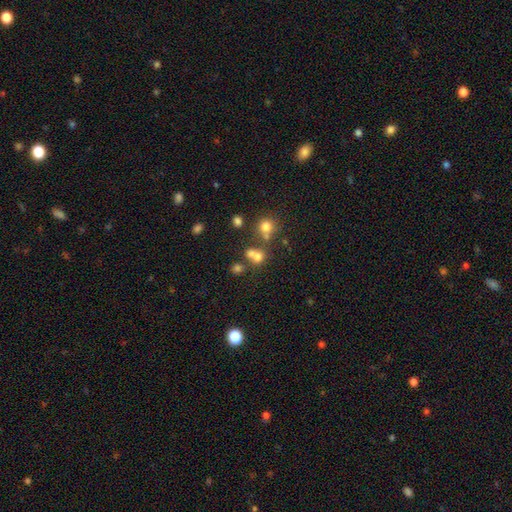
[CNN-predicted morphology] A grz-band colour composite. It shows a smooth galaxy with no disk features (66%) that is round (75%). Merging: none (45%).